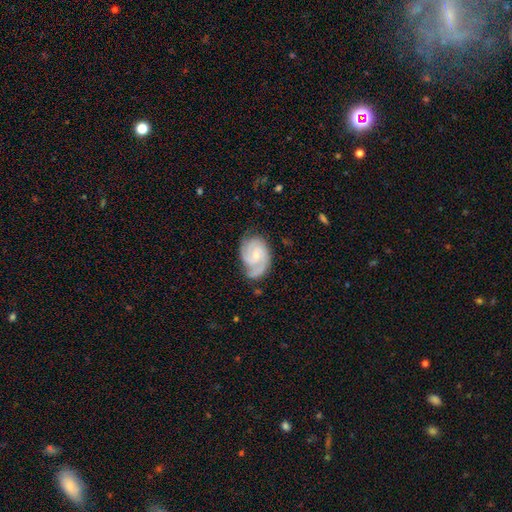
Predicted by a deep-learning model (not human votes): featured or disk 85%, smooth 10%, star or artifact 5%. Down the decision tree: edge-on disk — no (98%); bar — no (56%); spiral arms — yes (97%); spiral arm count — 2 (46%); spiral winding — tight (54%); bulge size — small (62%); merging — none (64%).